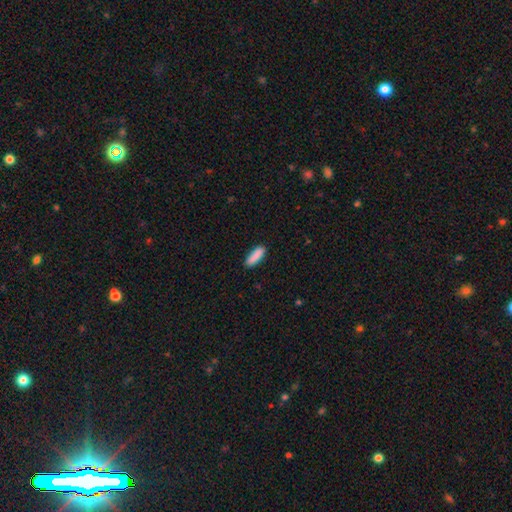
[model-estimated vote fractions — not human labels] smooth_or_featured: smooth (p=0.89) [alt: star or artifact p=0.06]
how_rounded: in between (p=0.52) [alt: cigar-shaped p=0.46]
merging: none (p=0.86) [alt: minor disturbance p=0.11]